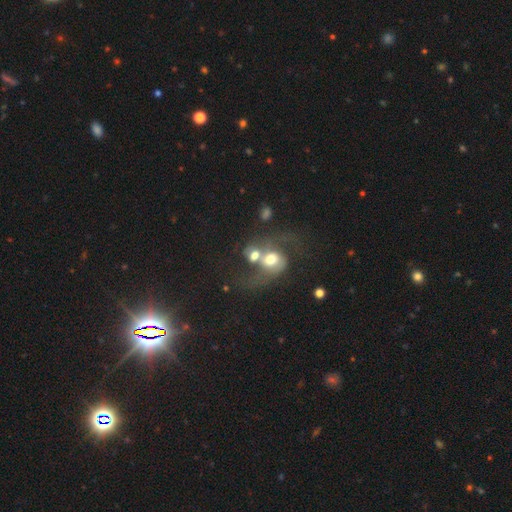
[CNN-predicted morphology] smooth-or-featured: featured or disk: 56% | smooth: 34% | star or artifact: 10%
  disk-edge-on: no: 97% | yes: 3%
    bar: no: 71% | weak: 23% | strong: 6%
    has-spiral-arms: yes: 73% | no: 27%
    bulge-size: moderate: 53% | large: 27% | small: 11% | dominant: 5% | none: 3%
  merging: merger: 62% | none: 16% | major disturbance: 15% | minor disturbance: 8%